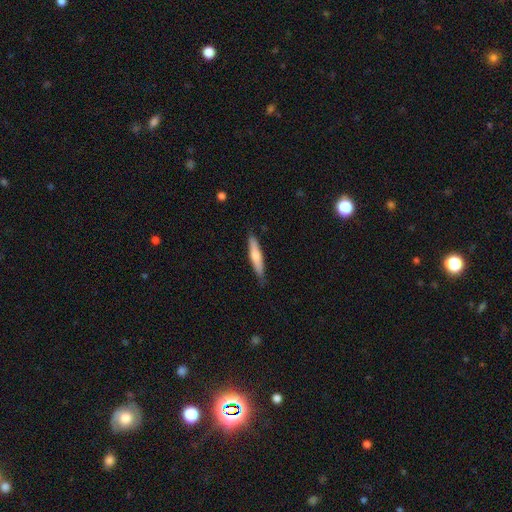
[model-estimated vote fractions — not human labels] smooth 63%, featured or disk 32%, star or artifact 5%. Down the decision tree: how rounded — cigar-shaped (88%); merging — none (84%).